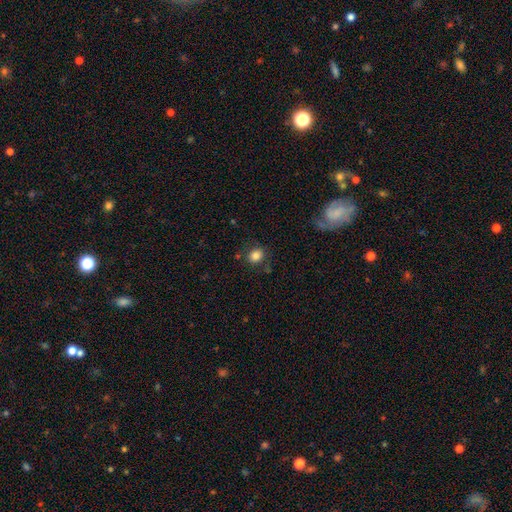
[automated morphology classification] This is clearly a smooth galaxy (83%). How rounded: likely round (68%). Merging: likely none (80%).